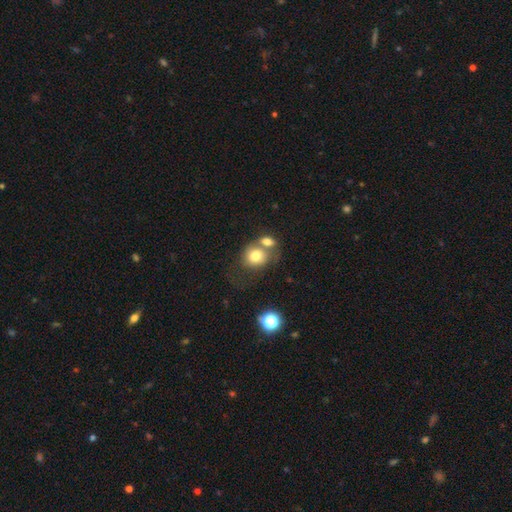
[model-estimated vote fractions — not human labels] Smooth or featured?
  - smooth: 76% *
  - featured or disk: 14%
  - star or artifact: 10%
How rounded?
  - round: 68% *
  - in between: 31%
  - cigar-shaped: 1%
Merging?
  - merger: 47% *
  - none: 33%
  - minor disturbance: 12%
  - major disturbance: 8%